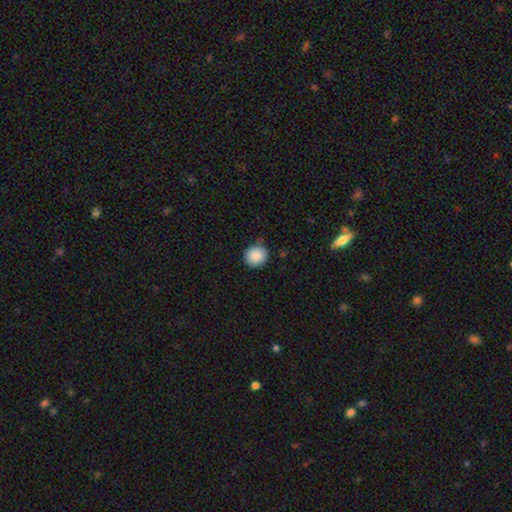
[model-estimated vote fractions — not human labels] smooth_or_featured: smooth (p=0.88) [alt: star or artifact p=0.08]
how_rounded: round (p=0.86) [alt: in between p=0.13]
merging: none (p=0.75) [alt: minor disturbance p=0.20]